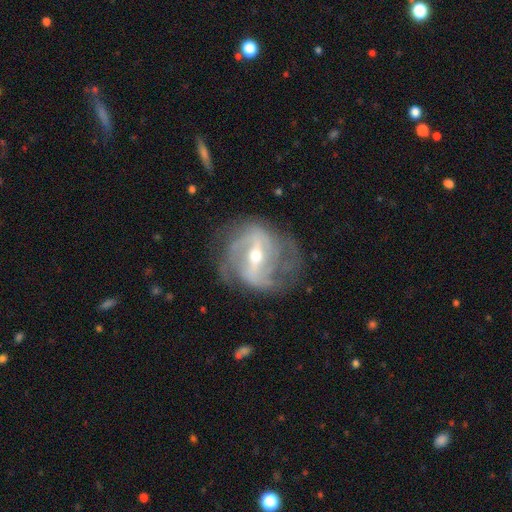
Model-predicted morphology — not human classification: This appears to be a featured or disk galaxy (87%) with a strong bar (61%), 2 (51%) medium (43%) spiral arms (92%) and a moderate central bulge (57%). Merging: none (70%).